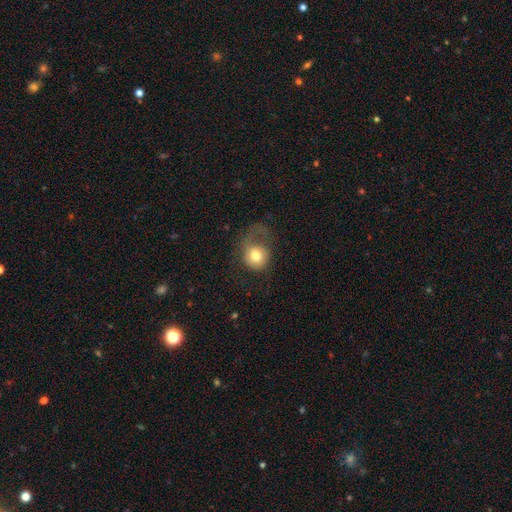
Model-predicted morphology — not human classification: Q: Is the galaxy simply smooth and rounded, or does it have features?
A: smooth — 68%.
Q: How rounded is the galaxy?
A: round — 75%.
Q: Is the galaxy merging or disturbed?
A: major disturbance — 49%.